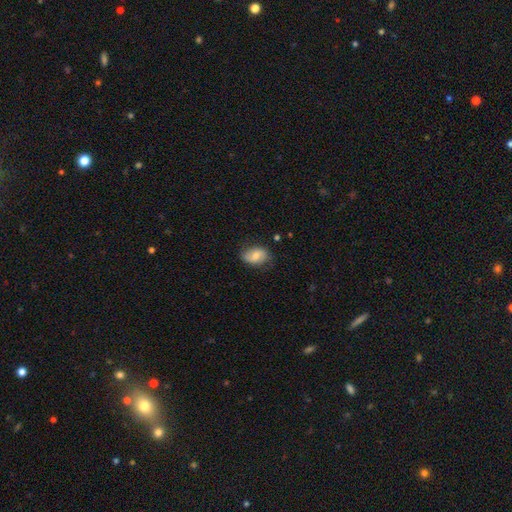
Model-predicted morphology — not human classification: type=smooth (52%); roundness=in between (80%); merging=none (74%).